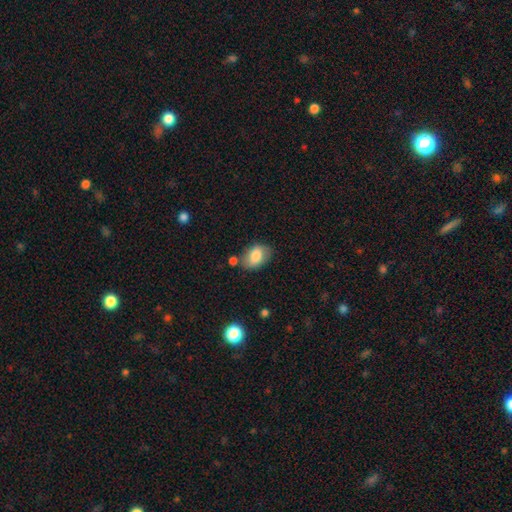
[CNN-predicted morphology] Smooth or featured: smooth — 78% (featured or disk — 15%)
How rounded: in between — 86% (round — 12%)
Merging: none — 68% (minor disturbance — 20%)